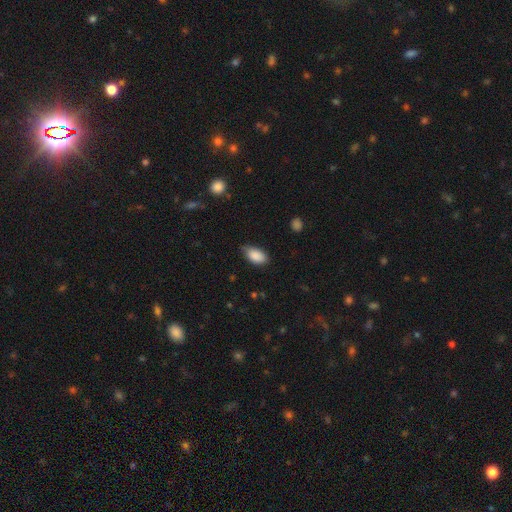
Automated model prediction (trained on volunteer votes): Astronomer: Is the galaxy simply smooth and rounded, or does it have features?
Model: smooth — 89%.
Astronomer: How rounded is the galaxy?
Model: in between — 93%.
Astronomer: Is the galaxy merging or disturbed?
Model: none — 69%.